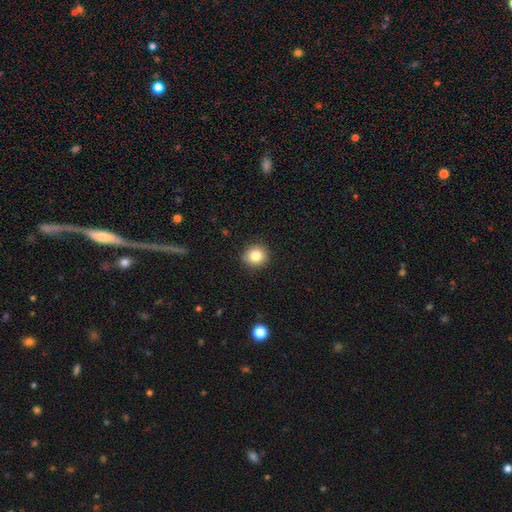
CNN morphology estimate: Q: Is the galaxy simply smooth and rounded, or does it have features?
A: smooth — 83%.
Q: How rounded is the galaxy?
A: round — 88%.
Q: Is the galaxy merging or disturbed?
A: none — 89%.